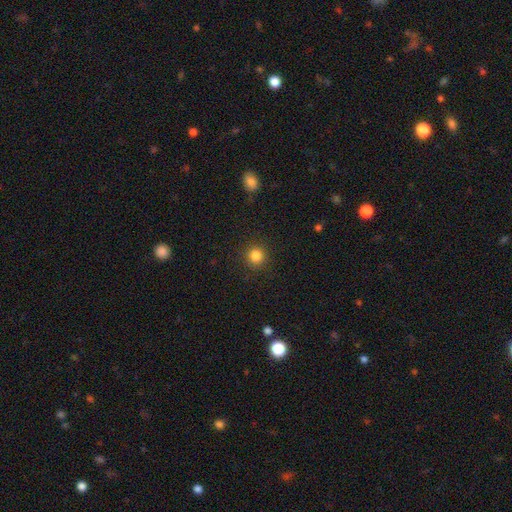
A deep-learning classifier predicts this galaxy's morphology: This is clearly a smooth galaxy (84%). How rounded: clearly round (93%). Merging: clearly none (91%).